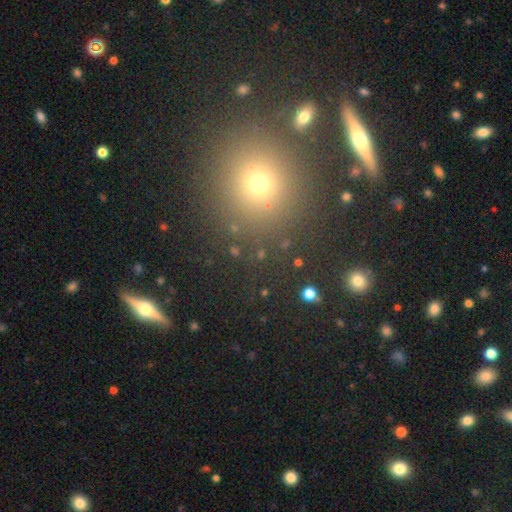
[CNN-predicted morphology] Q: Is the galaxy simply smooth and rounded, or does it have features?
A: smooth — 45%.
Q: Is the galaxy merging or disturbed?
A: none — 85%.